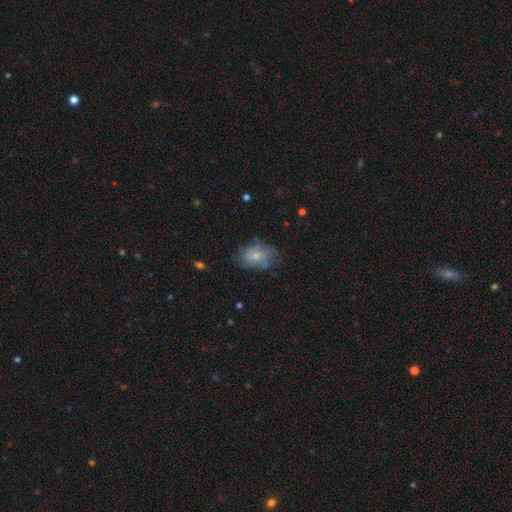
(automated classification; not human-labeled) A smooth galaxy with no disk features (55%) that is in between round and cigar-shaped (78%).

Vote fractions:
- Smooth or featured? smooth: 55% / featured or disk: 37% / star or artifact: 8%
- How rounded? in between: 78% / round: 21% / cigar-shaped: 1%
- Merging? none: 57% / minor disturbance: 28% / major disturbance: 13% / merger: 2%